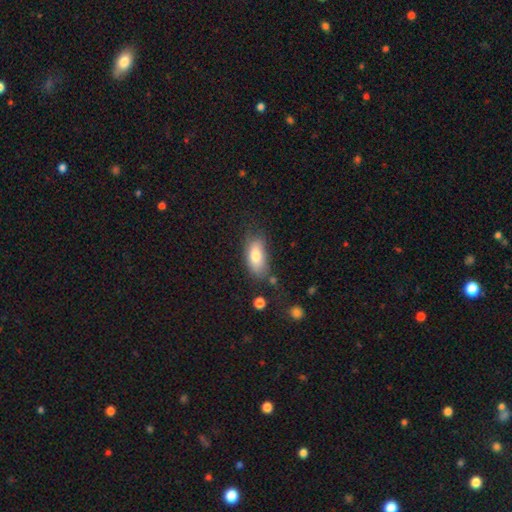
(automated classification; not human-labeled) smooth 78%, featured or disk 15%, star or artifact 7%. Down the decision tree: how rounded — in between (87%); merging — none (64%).